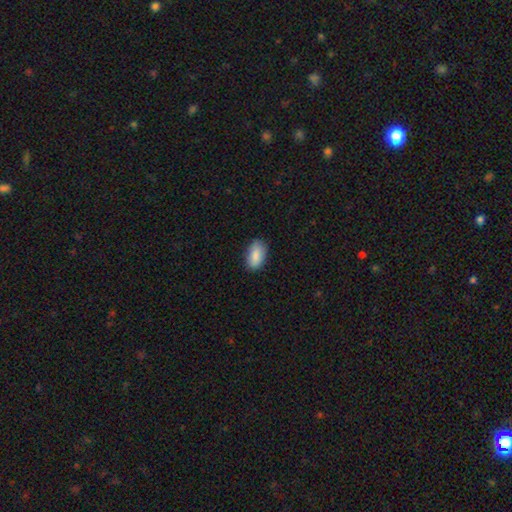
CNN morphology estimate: Smooth or featured: smooth — 88% (star or artifact — 6%)
How rounded: in between — 94% (round — 4%)
Merging: none — 85% (minor disturbance — 12%)